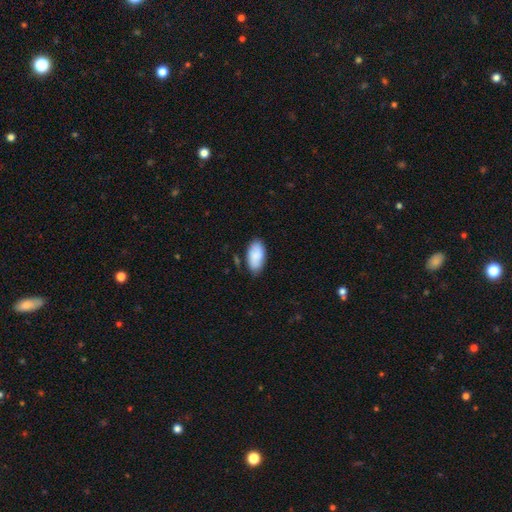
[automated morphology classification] Overall: smooth (87%). How rounded: in between (94%). Merging: none (76%).